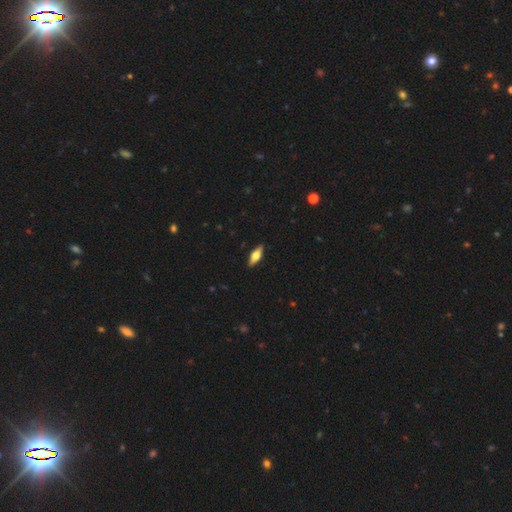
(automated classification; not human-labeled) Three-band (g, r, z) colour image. It shows a smooth galaxy with no disk features (55%) that is in between round and cigar-shaped (66%). Merging: none (90%).